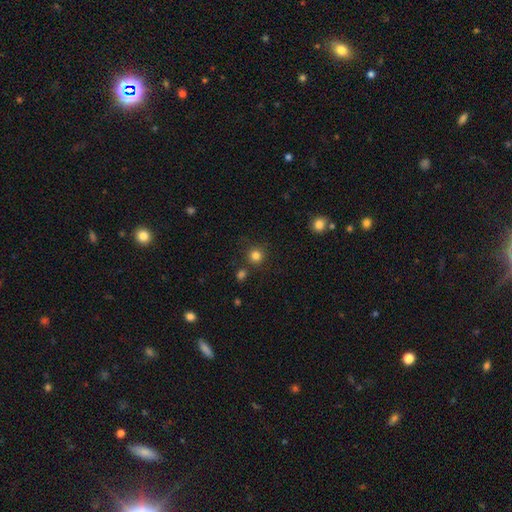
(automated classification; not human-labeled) The model was most divided on "smooth or featured": smooth: 82%, star or artifact: 13%, featured or disk: 5%. More confident: how rounded — round (94%); merging — none (83%).